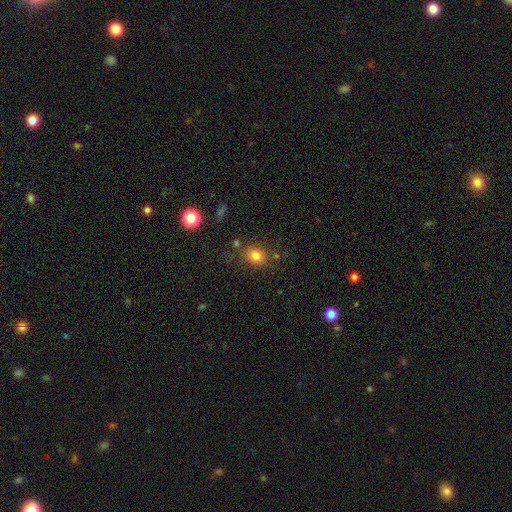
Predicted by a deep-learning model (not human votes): Overall: smooth (80%). How rounded: round (50%; in between 49%). Merging: none (74%).